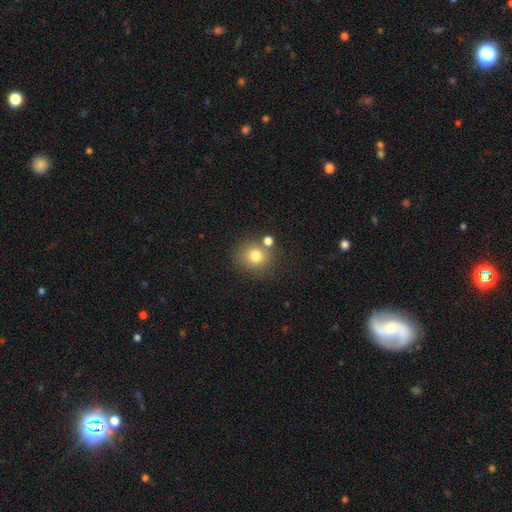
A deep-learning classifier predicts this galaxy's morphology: Smooth or featured: smooth — 78% (star or artifact — 13%)
How rounded: round — 86% (in between — 13%)
Merging: none — 71% (merger — 15%)